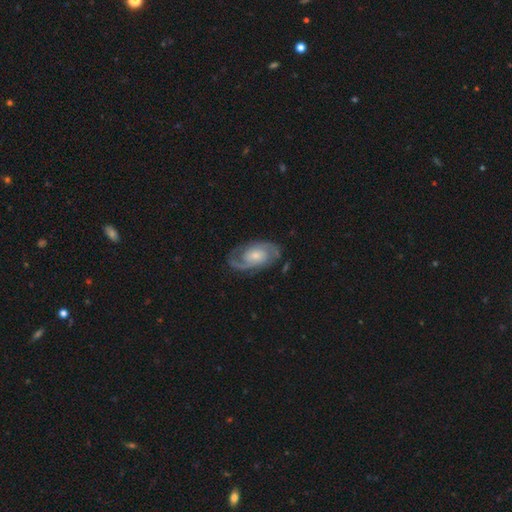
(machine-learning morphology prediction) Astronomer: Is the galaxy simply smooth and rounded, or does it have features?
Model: featured or disk — 86%.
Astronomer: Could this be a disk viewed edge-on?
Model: no — 96%.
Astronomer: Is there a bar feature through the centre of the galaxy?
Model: no — 63%.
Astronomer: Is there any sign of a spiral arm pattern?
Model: yes — 96%.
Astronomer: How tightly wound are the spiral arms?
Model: medium — 48% (runner-up: tight, 38%).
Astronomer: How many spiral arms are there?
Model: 2 — 88%.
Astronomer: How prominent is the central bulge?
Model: small — 47% (runner-up: moderate, 42%).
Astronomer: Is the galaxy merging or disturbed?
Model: none — 79%.